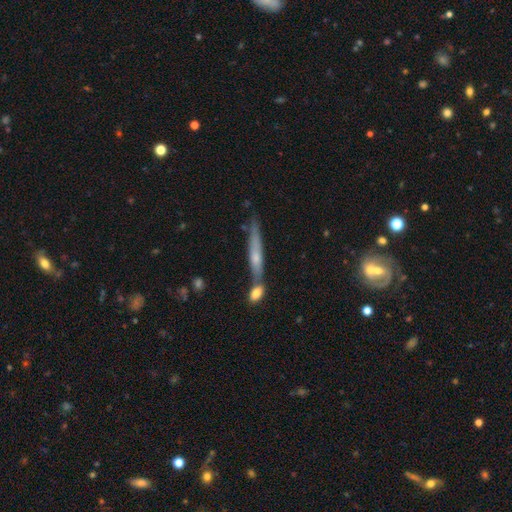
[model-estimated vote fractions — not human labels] Smooth or featured? Predicted: smooth (p=0.47). Merging? Predicted: none (p=0.55).